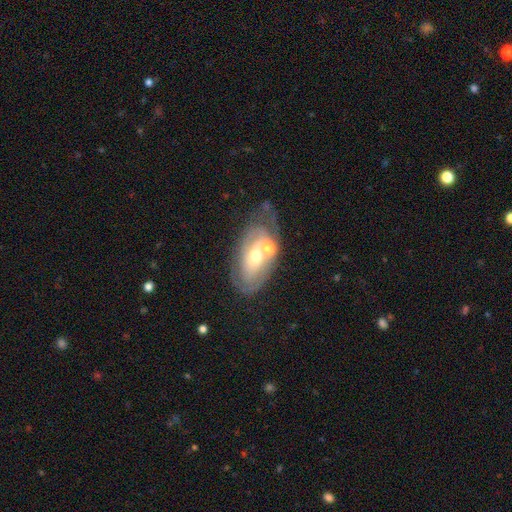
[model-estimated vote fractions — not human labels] Smooth or featured? featured or disk (71%)
Edge-on disk? no (93%)
Bar? no (75%)
Spiral arms? yes (67%)
Bulge size? moderate (56%)
Merging? none (49%)